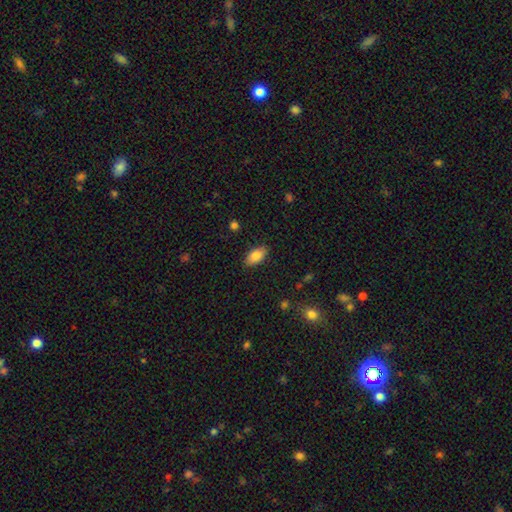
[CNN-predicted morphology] Smooth or featured?
  - smooth: 84% *
  - featured or disk: 9%
  - star or artifact: 7%
How rounded?
  - in between: 92% *
  - cigar-shaped: 5%
  - round: 3%
Merging?
  - none: 87% *
  - minor disturbance: 10%
  - major disturbance: 2%
  - merger: 1%